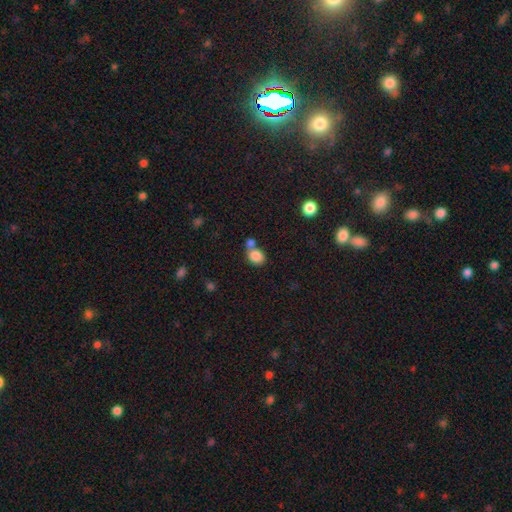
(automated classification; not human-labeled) Q: Smooth or featured?
A: smooth (84%); runner-up: star or artifact (9%)
Q: How rounded?
A: round (52%); runner-up: in between (47%)
Q: Merging?
A: none (45%); runner-up: merger (41%)